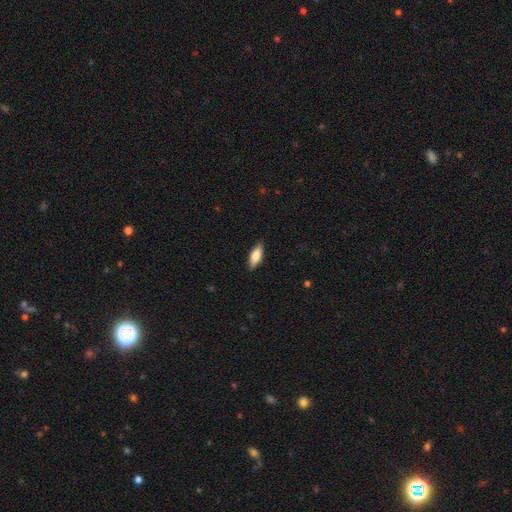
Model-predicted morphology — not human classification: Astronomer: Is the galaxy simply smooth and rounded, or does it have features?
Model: smooth — 81%.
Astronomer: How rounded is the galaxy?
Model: in between — 72%.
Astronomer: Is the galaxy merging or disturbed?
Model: none — 88%.